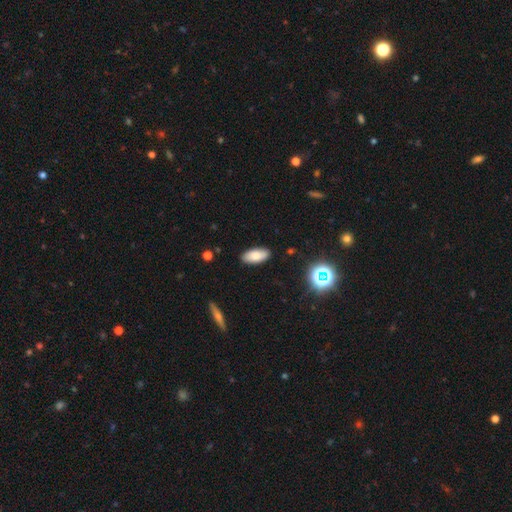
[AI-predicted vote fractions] smooth 80%, featured or disk 11%, star or artifact 9%. Down the decision tree: how rounded — in between (91%); merging — none (87%).